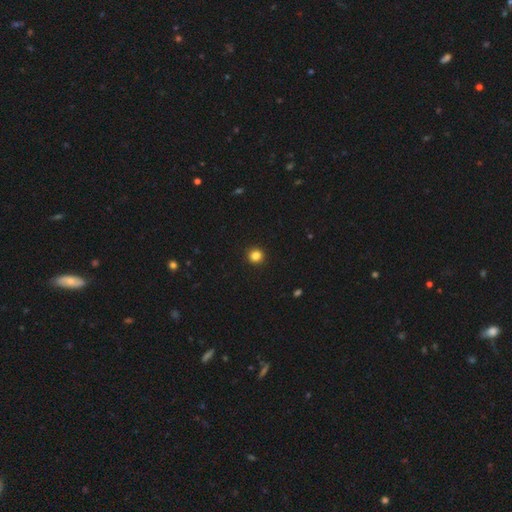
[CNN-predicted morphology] This appears to be a smooth galaxy with no disk features (85%) that is round (93%). Merging: none (93%).